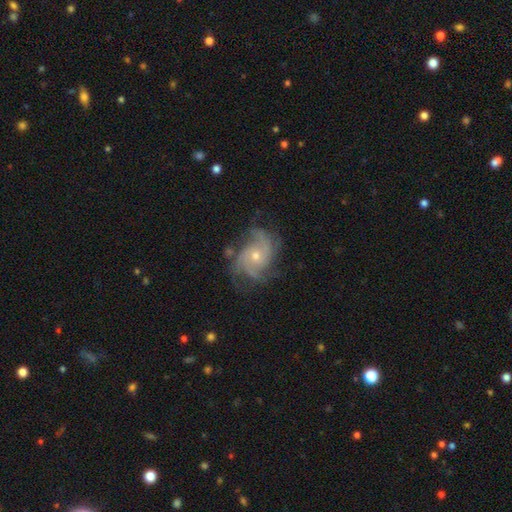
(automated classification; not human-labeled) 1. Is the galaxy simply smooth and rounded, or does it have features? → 85% featured or disk, 8% smooth, 7% star or artifact.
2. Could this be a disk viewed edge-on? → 98% no, 2% yes.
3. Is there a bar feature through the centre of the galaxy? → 78% no, 19% weak, 4% strong.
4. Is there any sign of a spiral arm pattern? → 96% yes, 4% no.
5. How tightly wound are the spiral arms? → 44% medium, 40% tight, 16% loose.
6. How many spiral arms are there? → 37% 3, 21% 2, 17% can't tell, 14% 4, 6% more than 4, 5% 1.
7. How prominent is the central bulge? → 57% small, 40% moderate, 1% large, 1% none, 1% dominant.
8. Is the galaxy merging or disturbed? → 69% none, 20% minor disturbance, 10% major disturbance, 2% merger.